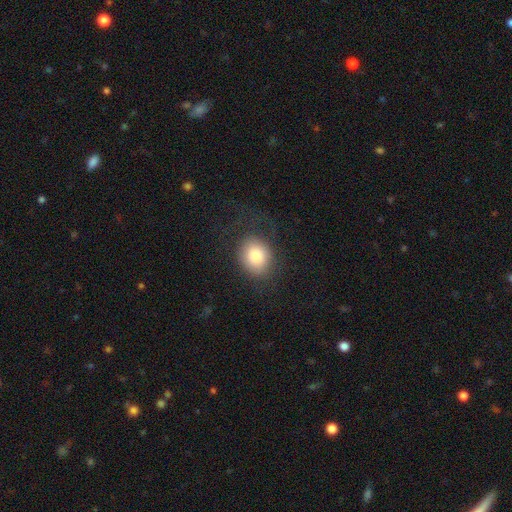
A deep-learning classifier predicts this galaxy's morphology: The model was most divided on "how rounded": round: 57%, in between: 42%, cigar-shaped: 1%. More confident: smooth or featured — smooth (82%); merging — none (70%).